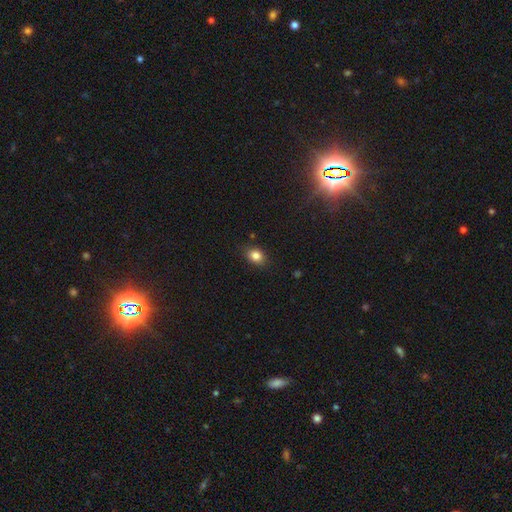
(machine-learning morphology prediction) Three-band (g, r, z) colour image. It shows a smooth galaxy with no disk features (84%) that is in between round and cigar-shaped (58%). Merging: none (85%).